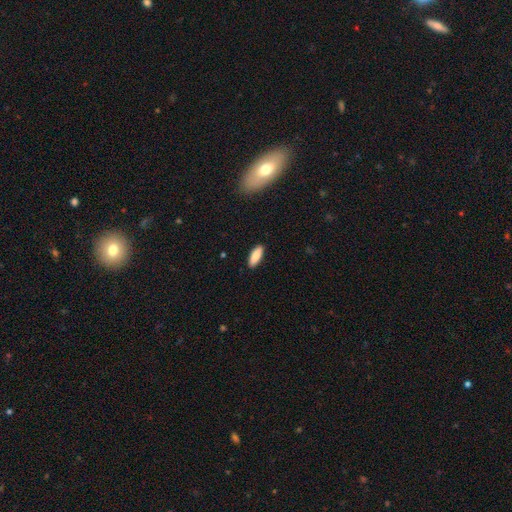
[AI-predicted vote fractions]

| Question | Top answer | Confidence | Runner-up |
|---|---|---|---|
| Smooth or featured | smooth | 87% | featured or disk (7%) |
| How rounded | in between | 69% | cigar-shaped (29%) |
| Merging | none | 89% | minor disturbance (8%) |